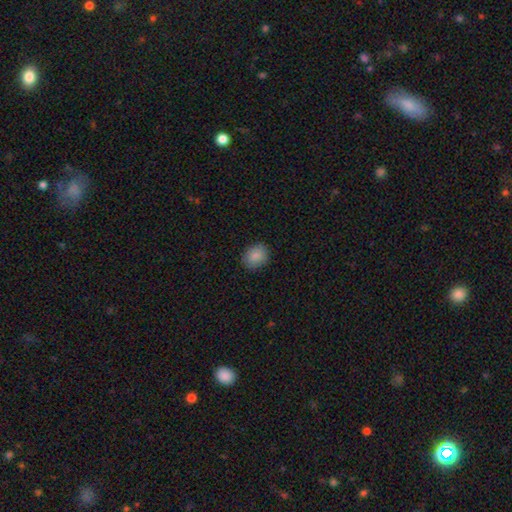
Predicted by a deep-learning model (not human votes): Smooth or featured? smooth (88%)
How rounded? round (53%)
Merging? none (86%)